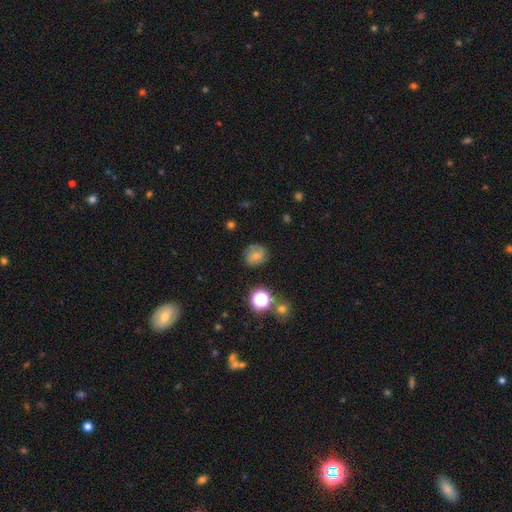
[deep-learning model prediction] This is likely a smooth galaxy (61%). How rounded: likely round (77%). Merging: likely none (73%).